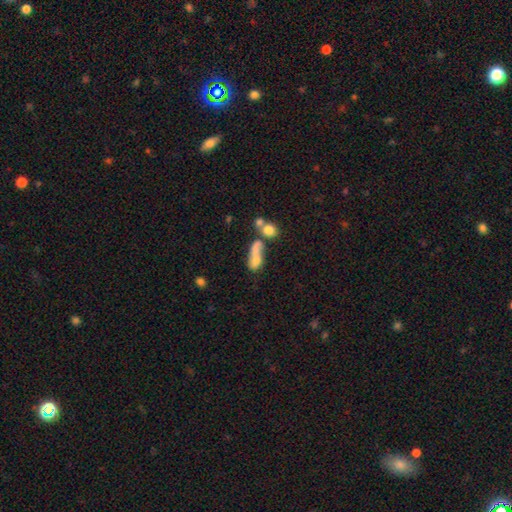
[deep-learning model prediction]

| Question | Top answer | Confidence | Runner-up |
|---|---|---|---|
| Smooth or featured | smooth | 62% | featured or disk (26%) |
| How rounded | in between | 66% | cigar-shaped (17%) |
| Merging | merger | 49% | none (22%) |